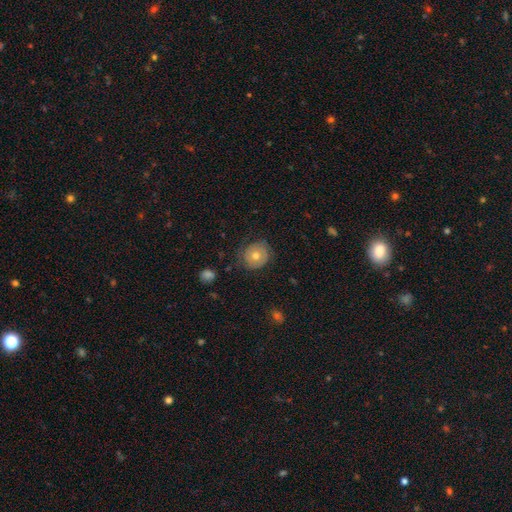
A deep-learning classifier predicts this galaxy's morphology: Q: Smooth or featured?
A: smooth (56%); runner-up: featured or disk (36%)
Q: How rounded?
A: round (81%); runner-up: in between (18%)
Q: Merging?
A: none (72%); runner-up: minor disturbance (19%)